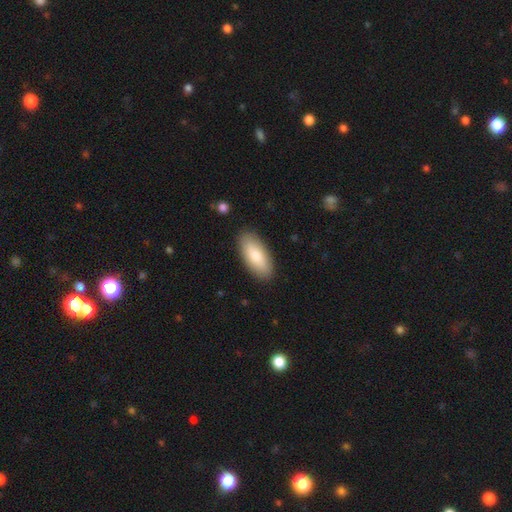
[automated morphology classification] smooth_or_featured: smooth (p=0.79) [alt: featured or disk p=0.16]
how_rounded: in between (p=0.87) [alt: cigar-shaped p=0.11]
merging: none (p=0.88) [alt: minor disturbance p=0.09]